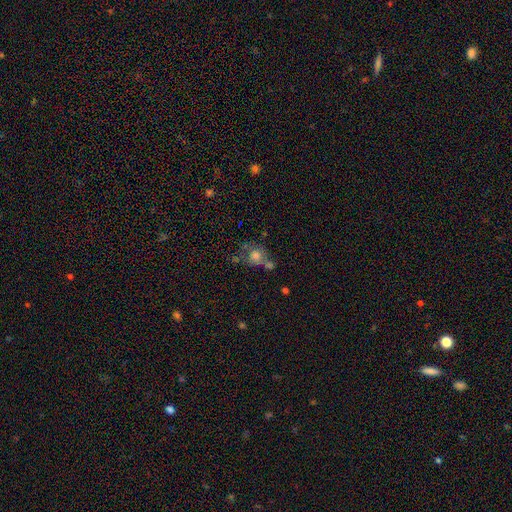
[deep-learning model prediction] A smooth galaxy with no disk features (67%) that is round (77%).

Vote fractions:
- Smooth or featured? smooth: 67% / featured or disk: 19% / star or artifact: 14%
- How rounded? round: 77% / in between: 22% / cigar-shaped: 1%
- Merging? none: 41% / merger: 34% / minor disturbance: 15% / major disturbance: 10%